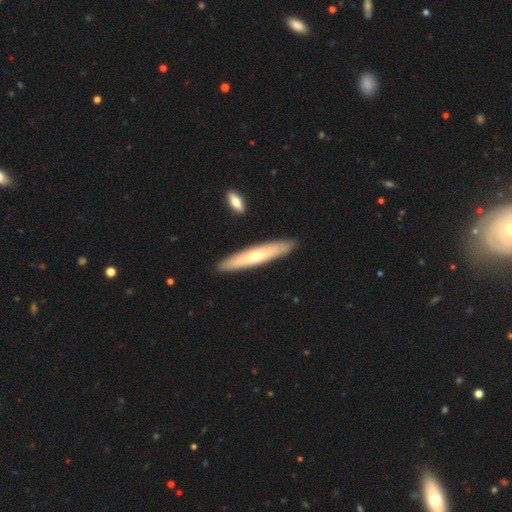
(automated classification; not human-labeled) This appears to be a featured or disk galaxy (49%). Merging: none (89%).